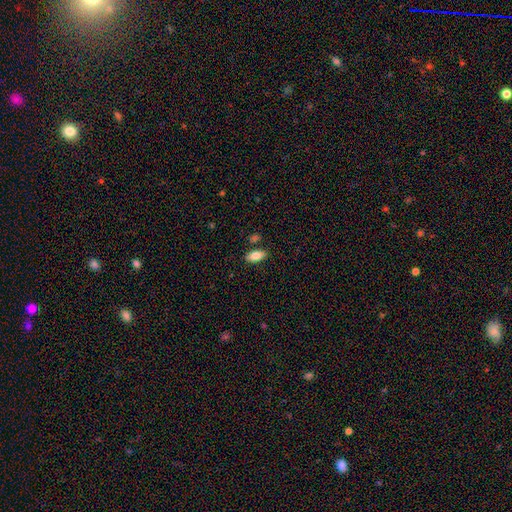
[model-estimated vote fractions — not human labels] Overall: smooth (83%). How rounded: in between (89%). Merging: none (83%).